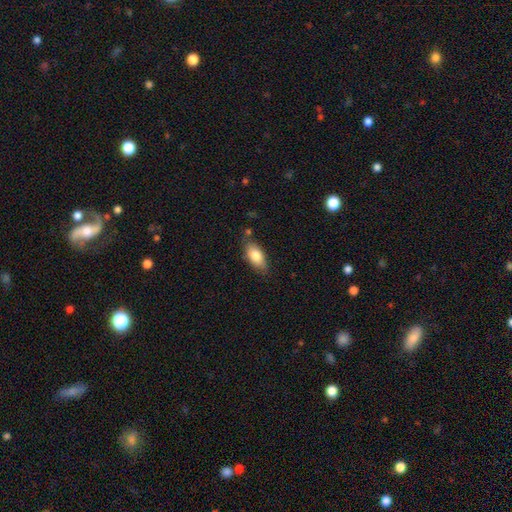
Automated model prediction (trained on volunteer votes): A smooth galaxy with no disk features (80%) that is in between round and cigar-shaped (88%).

Vote fractions:
- Smooth or featured? smooth: 80% / featured or disk: 13% / star or artifact: 7%
- How rounded? in between: 88% / cigar-shaped: 9% / round: 3%
- Merging? none: 75% / minor disturbance: 18% / merger: 4% / major disturbance: 3%